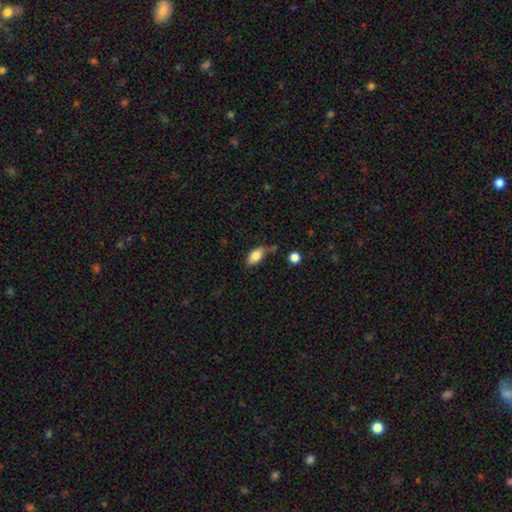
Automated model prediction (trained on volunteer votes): The model was most divided on "merging": none: 54%, minor disturbance: 28%, merger: 10%, major disturbance: 8%. More confident: how rounded — in between (87%); smooth or featured — smooth (79%).